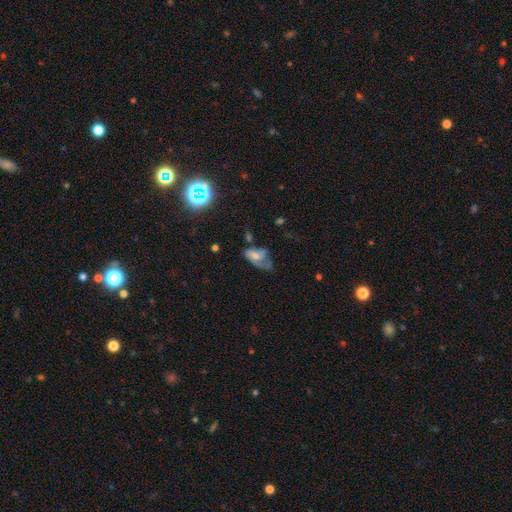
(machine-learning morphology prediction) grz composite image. It shows a featured or disk galaxy (50%). Merging: major disturbance (44%).